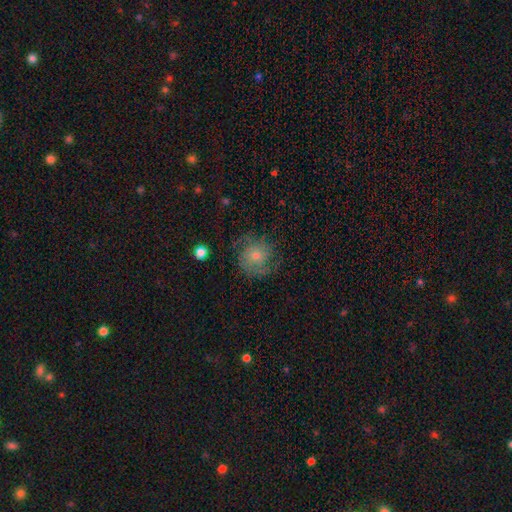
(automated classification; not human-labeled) The model was most divided on "smooth or featured": featured or disk: 50%, smooth: 41%, star or artifact: 9%. More confident: edge-on disk — no (97%); merging — none (66%).